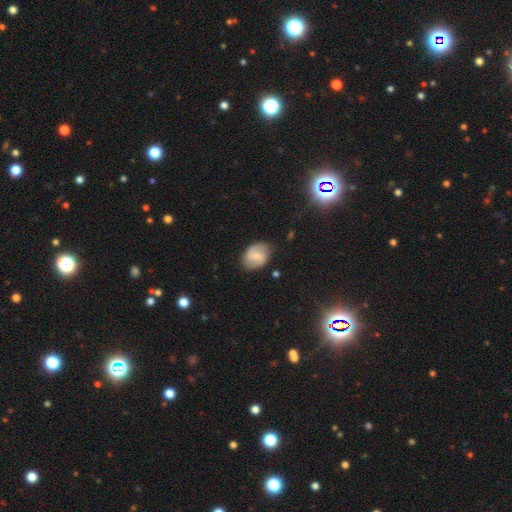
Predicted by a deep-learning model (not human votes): Smooth or featured? Predicted: featured or disk (p=0.57). Edge-on disk? Predicted: no (p=0.97). Bar? Predicted: weak (p=0.57). Spiral arms? Predicted: yes (p=0.86). Bulge size? Predicted: small (p=0.51). Merging? Predicted: none (p=0.79).